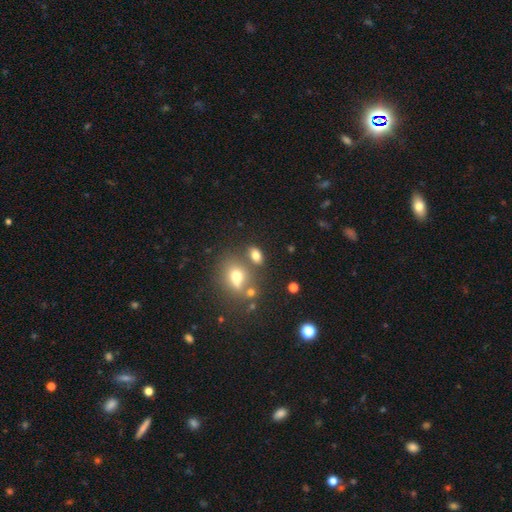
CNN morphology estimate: Smooth or featured: smooth — 76% (star or artifact — 13%)
How rounded: in between — 80% (round — 17%)
Merging: none — 64% (merger — 19%)